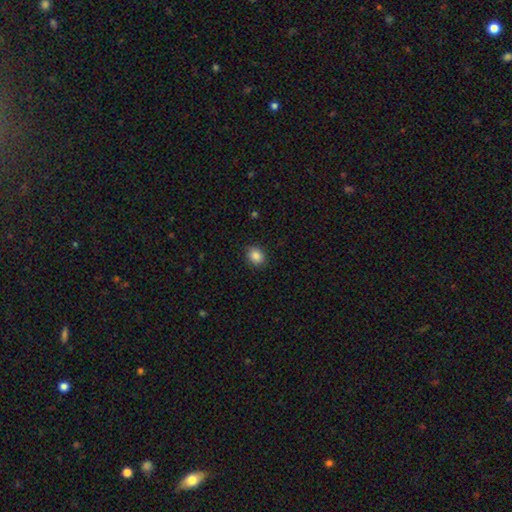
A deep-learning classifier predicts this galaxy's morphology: The model was most divided on "how rounded": in between: 53%, round: 46%, cigar-shaped: 1%. More confident: merging — none (89%); smooth or featured — smooth (87%).